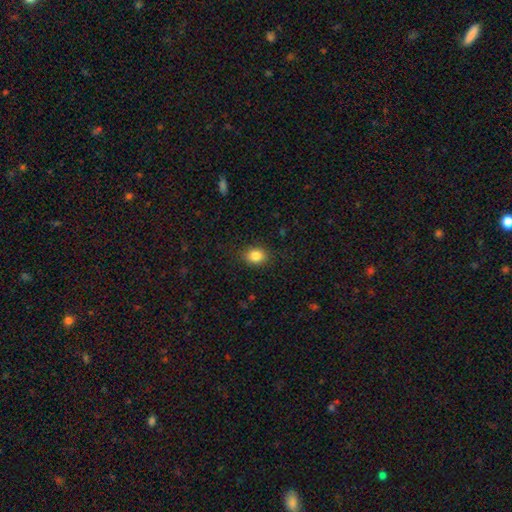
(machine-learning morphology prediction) The model was most divided on "how rounded": in between: 54%, round: 45%, cigar-shaped: 1%. More confident: merging — none (87%); smooth or featured — smooth (85%).